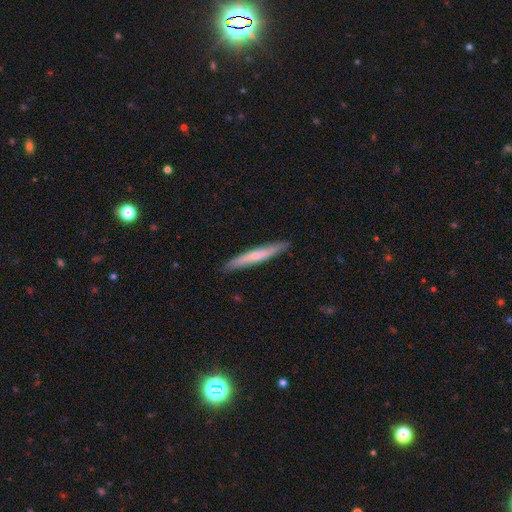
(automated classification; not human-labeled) A smooth galaxy with no disk features (54%) that is cigar-shaped (95%).

Vote fractions:
- Smooth or featured? smooth: 54% / featured or disk: 40% / star or artifact: 5%
- How rounded? cigar-shaped: 95% / in between: 3% / round: 1%
- Merging? none: 90% / minor disturbance: 7% / major disturbance: 1% / merger: 1%